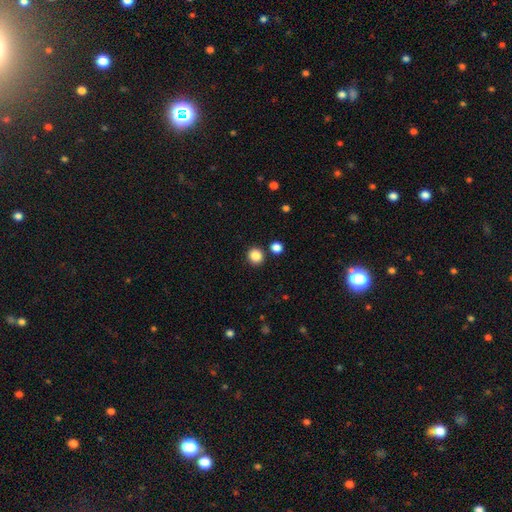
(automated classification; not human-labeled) Smooth or featured: smooth — 86% (star or artifact — 11%)
How rounded: round — 88% (in between — 11%)
Merging: none — 86% (minor disturbance — 6%)